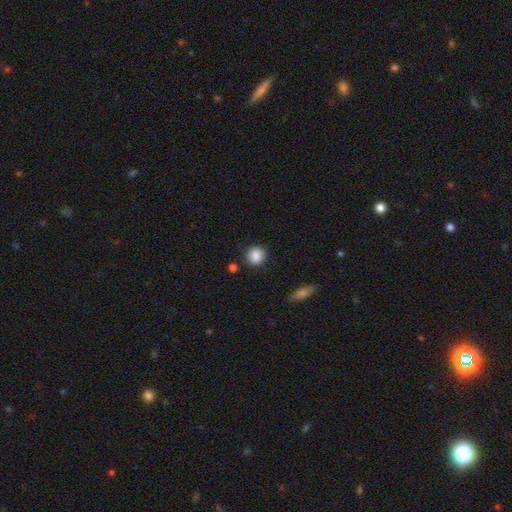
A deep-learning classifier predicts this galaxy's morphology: type=smooth (88%); roundness=round (88%); merging=none (87%).